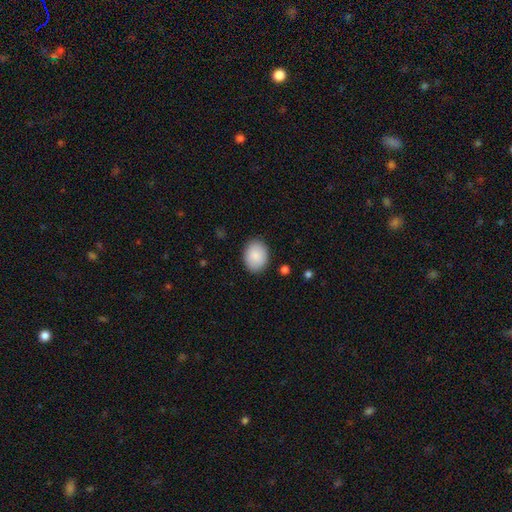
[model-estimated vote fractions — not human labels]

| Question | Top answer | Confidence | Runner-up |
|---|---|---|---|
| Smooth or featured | smooth | 88% | featured or disk (6%) |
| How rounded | in between | 68% | round (31%) |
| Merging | none | 87% | minor disturbance (10%) |